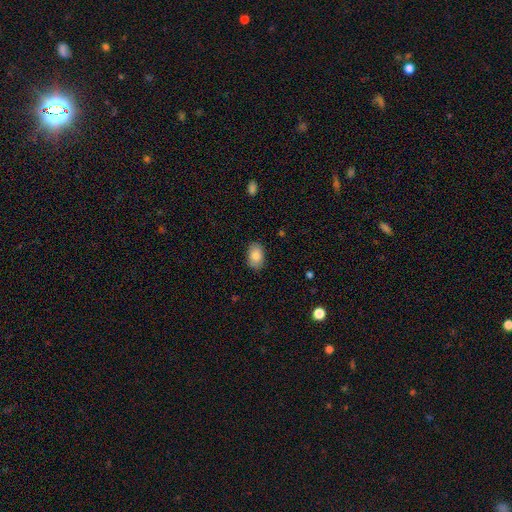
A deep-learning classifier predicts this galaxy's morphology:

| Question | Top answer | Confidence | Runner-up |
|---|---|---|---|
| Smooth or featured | smooth | 85% | featured or disk (8%) |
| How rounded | in between | 86% | round (12%) |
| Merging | none | 86% | minor disturbance (11%) |